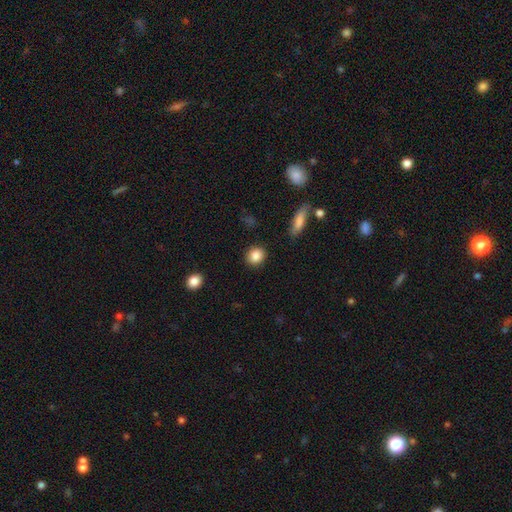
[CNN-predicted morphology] type=smooth (87%); roundness=round (76%); merging=none (89%).